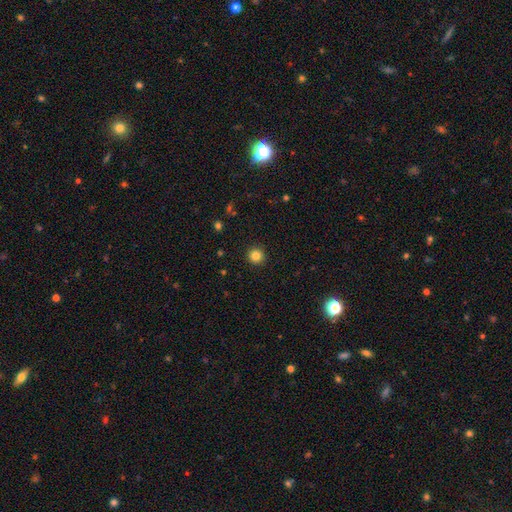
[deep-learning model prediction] A smooth galaxy with no disk features (83%) that is round (95%). Merging: none (93%).